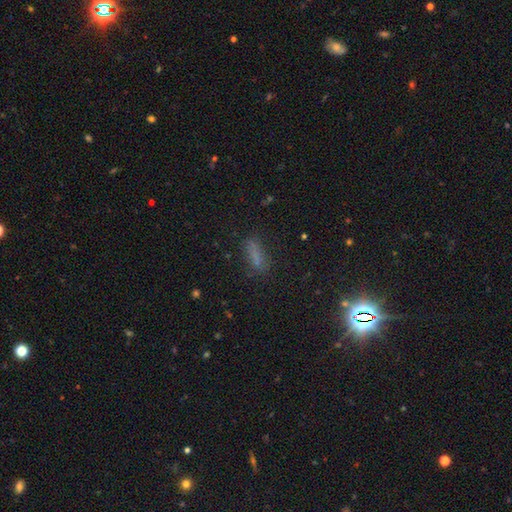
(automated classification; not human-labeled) A smooth galaxy with no disk features (67%) that is cigar-shaped (60%).

Vote fractions:
- Smooth or featured? smooth: 67% / star or artifact: 21% / featured or disk: 11%
- How rounded? cigar-shaped: 60% / in between: 36% / round: 4%
- Merging? none: 74% / minor disturbance: 16% / major disturbance: 7% / merger: 3%